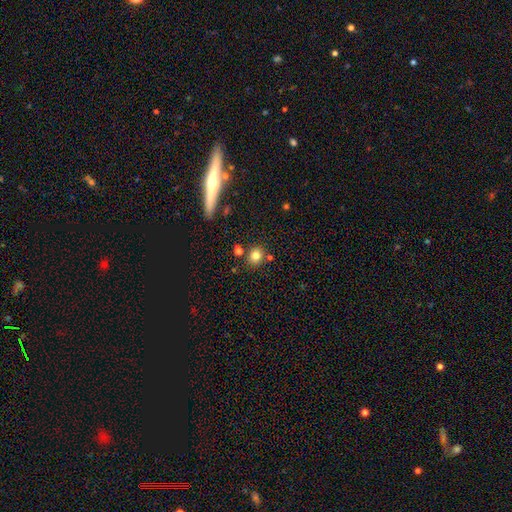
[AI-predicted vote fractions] smooth-or-featured: smooth: 80% | star or artifact: 12% | featured or disk: 8%
  how-rounded: round: 83% | in between: 16% | cigar-shaped: 2%
  merging: none: 78% | merger: 10% | minor disturbance: 9% | major disturbance: 3%